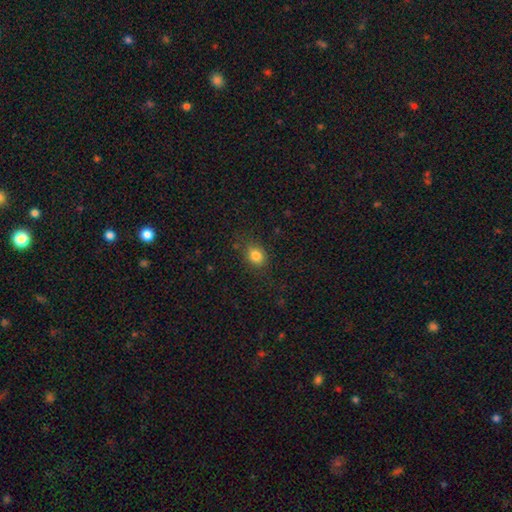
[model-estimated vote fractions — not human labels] Smooth or featured? Predicted: smooth (p=0.83). How rounded? Predicted: round (p=0.56). Merging? Predicted: none (p=0.79).